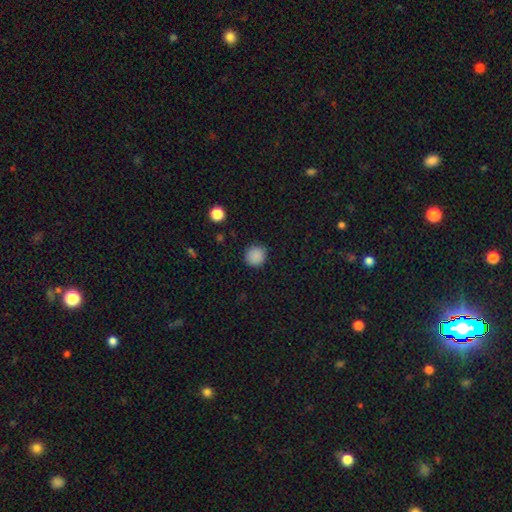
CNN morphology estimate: Smooth or featured?
  - smooth: 87% *
  - star or artifact: 10%
  - featured or disk: 3%
How rounded?
  - round: 91% *
  - in between: 8%
  - cigar-shaped: 1%
Merging?
  - none: 88% *
  - minor disturbance: 8%
  - major disturbance: 2%
  - merger: 1%